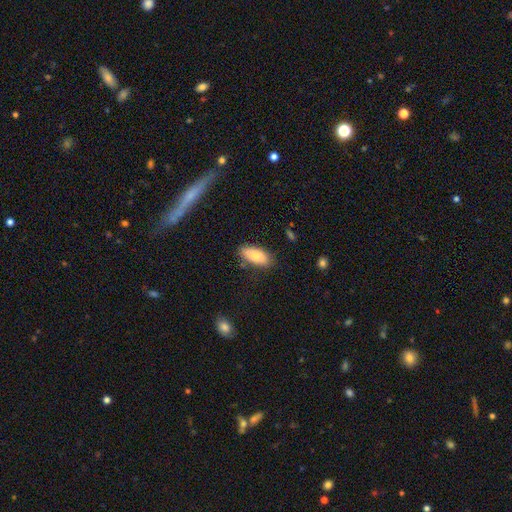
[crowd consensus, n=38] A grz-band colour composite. It shows a smooth galaxy with no disk features (97%) that is in between round and cigar-shaped (84%). Merging: none (81%).